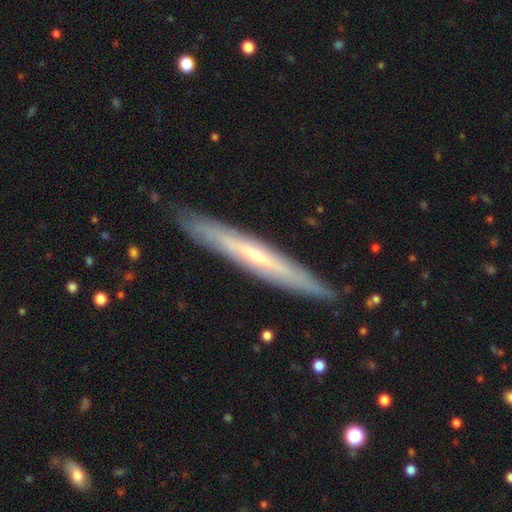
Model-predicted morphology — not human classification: featured or disk 68%, smooth 26%, star or artifact 6%. Down the decision tree: edge-on disk — yes (87%); edge-on bulge — rounded (53%); merging — none (88%).